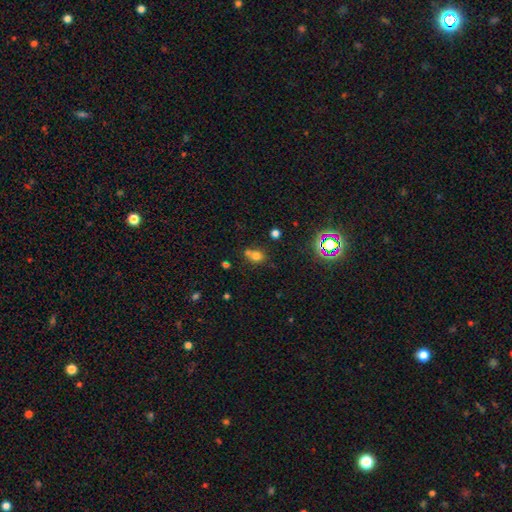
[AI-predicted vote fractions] smooth-or-featured: smooth: 71% | star or artifact: 19% | featured or disk: 10%
  how-rounded: round: 64% | in between: 34% | cigar-shaped: 1%
  merging: none: 50% | merger: 31% | minor disturbance: 13% | major disturbance: 5%